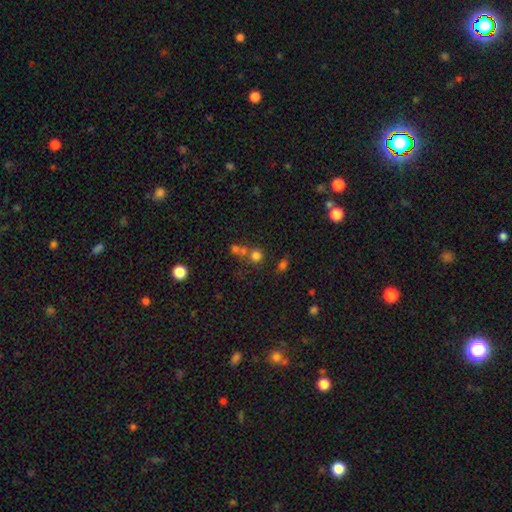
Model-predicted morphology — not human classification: Smooth or featured?
  - smooth: 69% *
  - star or artifact: 20%
  - featured or disk: 11%
How rounded?
  - round: 87% *
  - in between: 12%
  - cigar-shaped: 1%
Merging?
  - none: 52% *
  - merger: 35%
  - minor disturbance: 8%
  - major disturbance: 5%